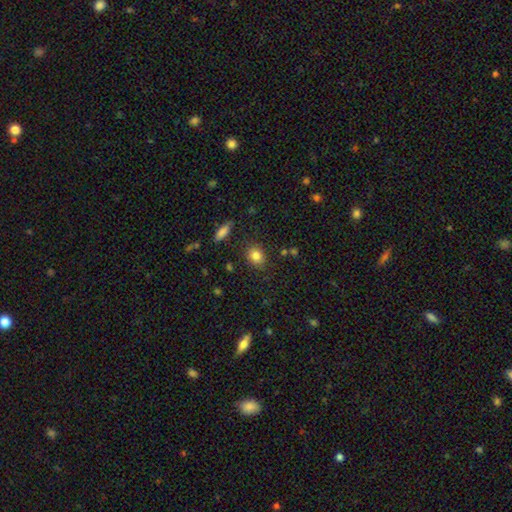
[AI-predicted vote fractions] Smooth or featured? Predicted: smooth (p=0.82). How rounded? Predicted: round (p=0.57). Merging? Predicted: none (p=0.84).